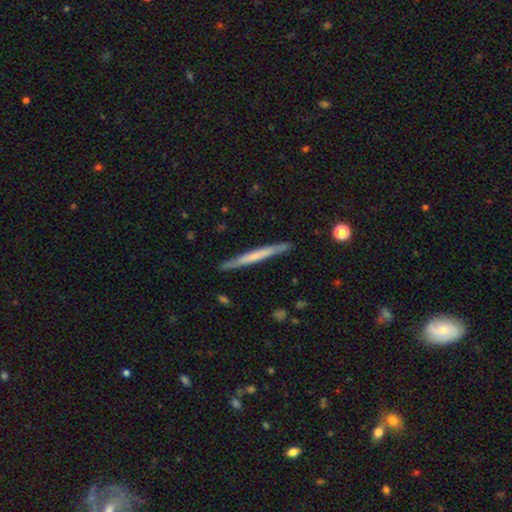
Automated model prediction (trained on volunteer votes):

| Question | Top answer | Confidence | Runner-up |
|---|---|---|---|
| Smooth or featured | featured or disk | 48% | smooth (47%) |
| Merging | none | 90% | minor disturbance (7%) |